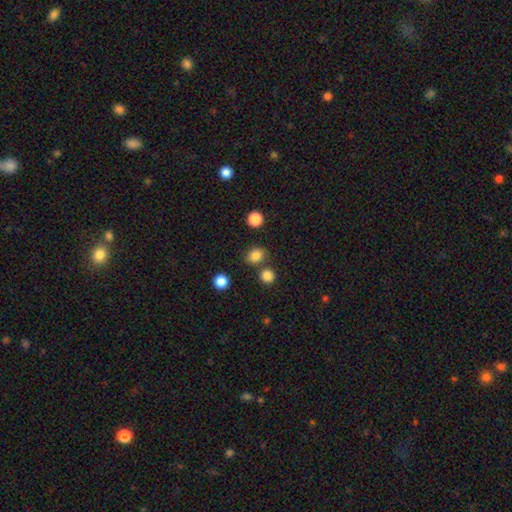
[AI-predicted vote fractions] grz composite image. It shows a smooth galaxy with no disk features (82%) that is round (68%). Merging: none (77%).